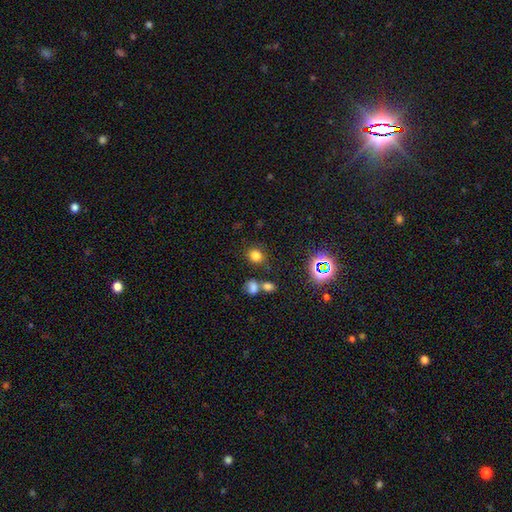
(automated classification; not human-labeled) Smooth or featured? smooth (75%)
How rounded? round (71%)
Merging? none (77%)